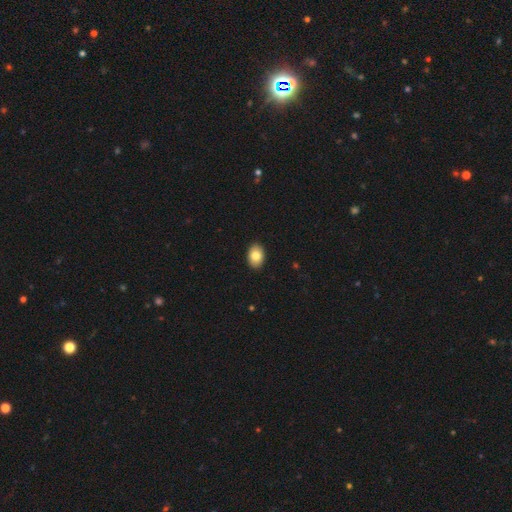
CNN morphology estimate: A smooth galaxy with no disk features (85%) that is in between round and cigar-shaped (82%).

Vote fractions:
- Smooth or featured? smooth: 85% / featured or disk: 8% / star or artifact: 7%
- How rounded? in between: 82% / round: 17% / cigar-shaped: 1%
- Merging? none: 91% / minor disturbance: 7% / major disturbance: 1% / merger: 1%